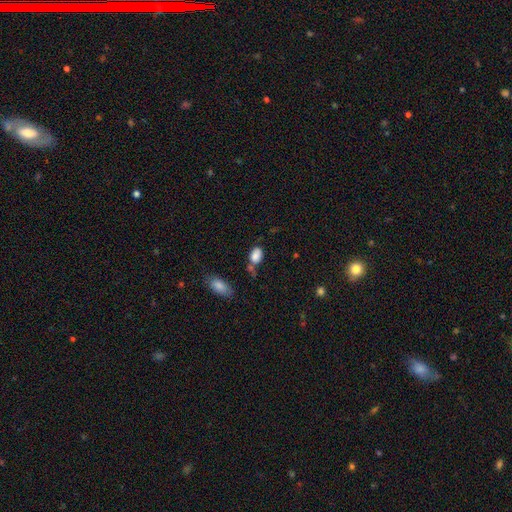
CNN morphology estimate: This is clearly a smooth galaxy (84%). How rounded: clearly in between (86%). Merging: possibly none (49%).